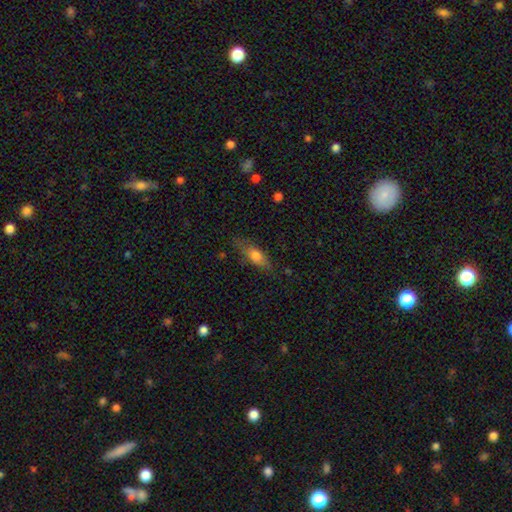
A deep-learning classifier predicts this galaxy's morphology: A smooth galaxy with no disk features (68%) that is in between round and cigar-shaped (66%).

Vote fractions:
- Smooth or featured? smooth: 68% / featured or disk: 24% / star or artifact: 8%
- How rounded? in between: 66% / cigar-shaped: 30% / round: 4%
- Merging? none: 67% / minor disturbance: 23% / major disturbance: 8% / merger: 2%